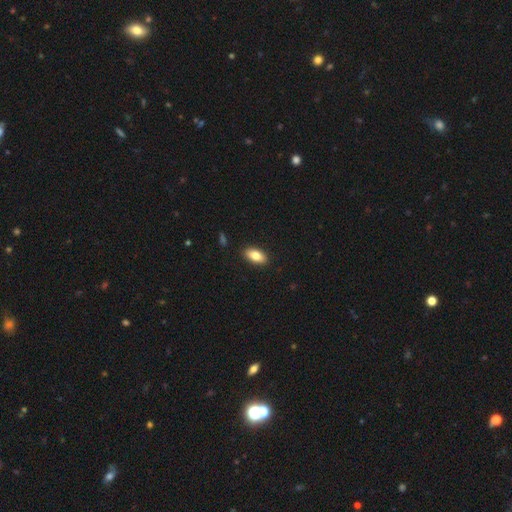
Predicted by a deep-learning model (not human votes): A smooth galaxy with no disk features (81%) that is in between round and cigar-shaped (90%).

Vote fractions:
- Smooth or featured? smooth: 81% / featured or disk: 12% / star or artifact: 7%
- How rounded? in between: 90% / cigar-shaped: 7% / round: 4%
- Merging? none: 89% / minor disturbance: 8% / major disturbance: 2% / merger: 1%